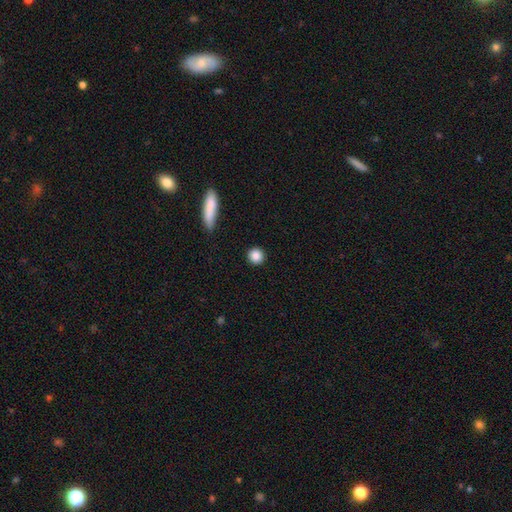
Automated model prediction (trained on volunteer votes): Smooth or featured? Predicted: smooth (p=0.87). How rounded? Predicted: round (p=0.92). Merging? Predicted: none (p=0.91).